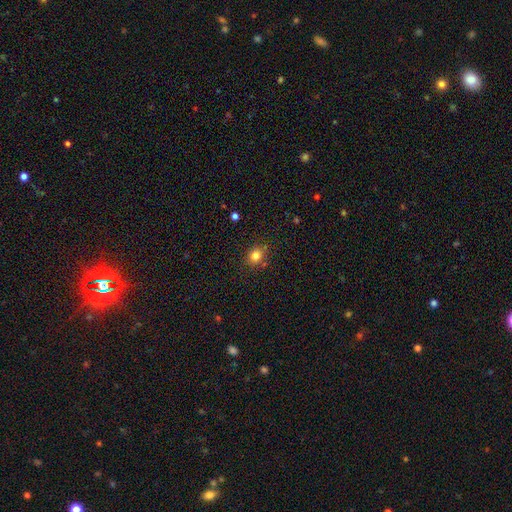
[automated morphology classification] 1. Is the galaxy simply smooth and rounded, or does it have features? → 80% smooth, 13% star or artifact, 7% featured or disk.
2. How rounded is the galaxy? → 72% round, 27% in between, 1% cigar-shaped.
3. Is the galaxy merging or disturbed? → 84% none, 10% minor disturbance, 3% merger, 3% major disturbance.